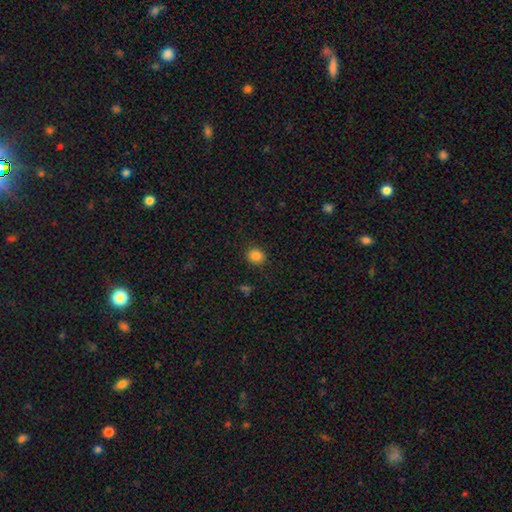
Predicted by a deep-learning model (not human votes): Overall: smooth (85%). How rounded: round (71%). Merging: none (89%).